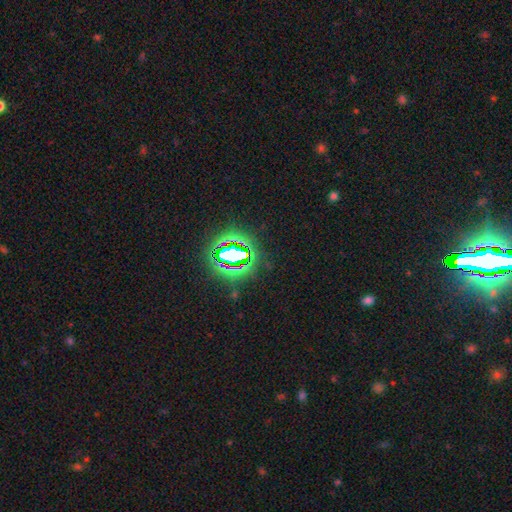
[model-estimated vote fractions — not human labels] Morphology: type=star or artifact (80%).